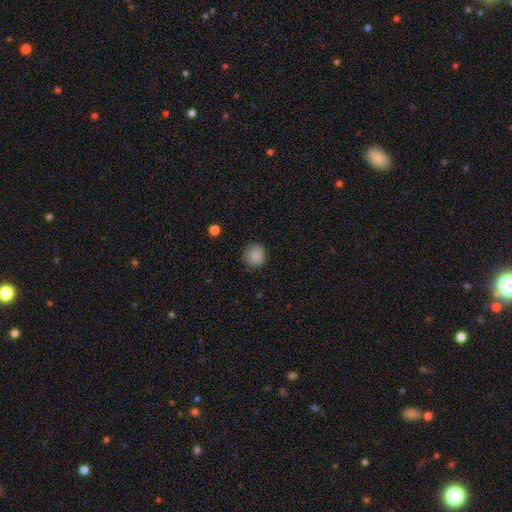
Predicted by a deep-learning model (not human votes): This is clearly a smooth galaxy (86%). How rounded: clearly round (89%). Merging: clearly none (87%).